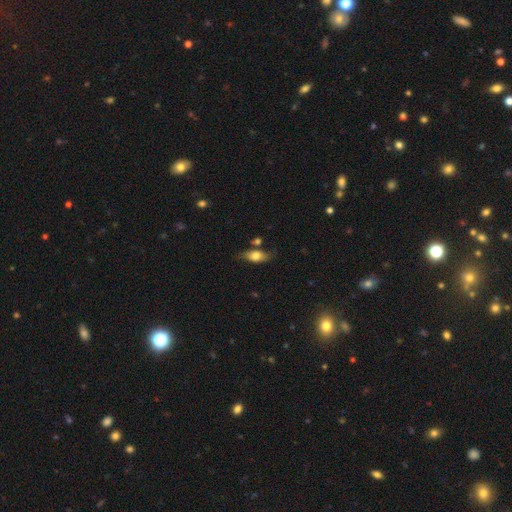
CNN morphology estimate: The model was most divided on "smooth or featured": smooth: 67%, featured or disk: 26%, star or artifact: 7%. More confident: how rounded — in between (79%); merging — none (65%).